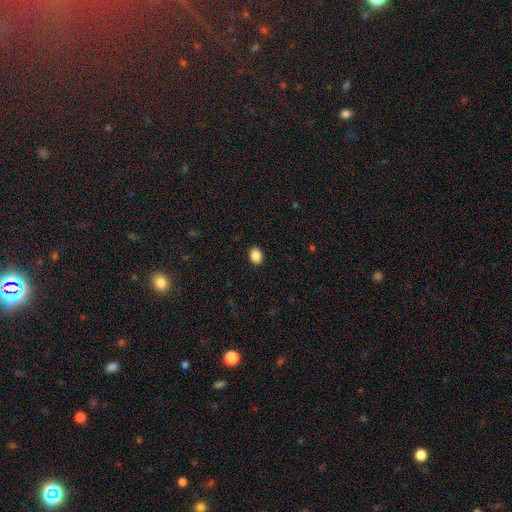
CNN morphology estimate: Smooth or featured? Predicted: smooth (p=0.88). How rounded? Predicted: in between (p=0.63). Merging? Predicted: none (p=0.91).